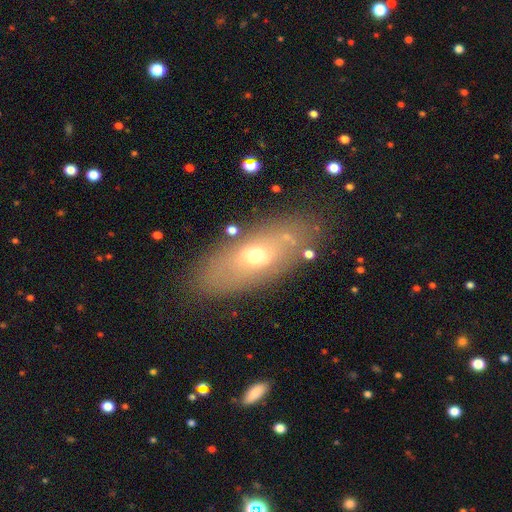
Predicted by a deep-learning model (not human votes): smooth_or_featured: smooth (p=0.47) [alt: featured or disk p=0.43]
merging: none (p=0.78) [alt: minor disturbance p=0.13]